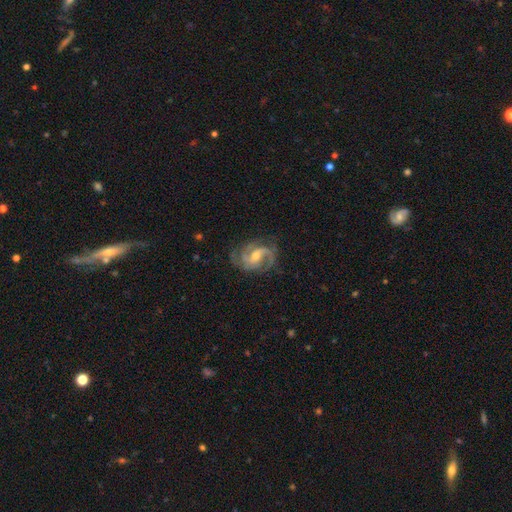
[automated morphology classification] Smooth or featured? Predicted: featured or disk (p=0.90). Edge-on disk? Predicted: no (p=0.98). Bar? Predicted: weak (p=0.48). Spiral arms? Predicted: yes (p=0.98). Spiral winding? Predicted: medium (p=0.52). Spiral arm count? Predicted: 2 (p=0.49). Bulge size? Predicted: moderate (p=0.58). Merging? Predicted: none (p=0.74).